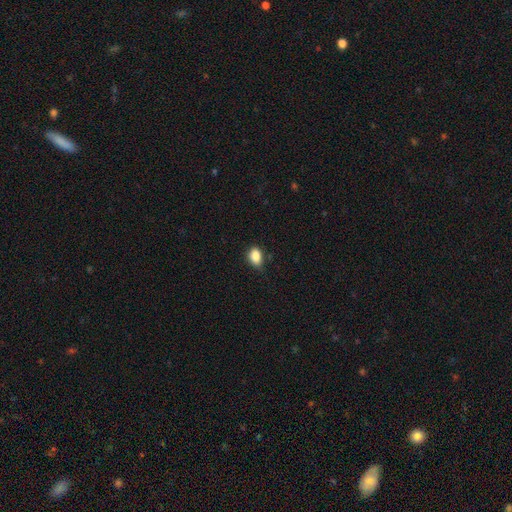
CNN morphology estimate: Smooth or featured? Predicted: smooth (p=0.86). How rounded? Predicted: in between (p=0.82). Merging? Predicted: none (p=0.73).